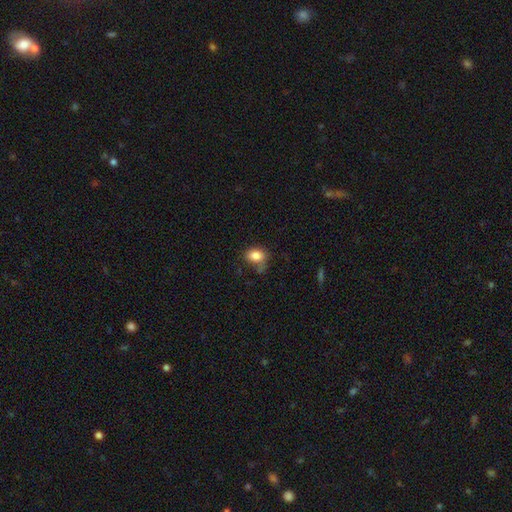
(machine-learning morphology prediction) Smooth or featured?
  - smooth: 84% *
  - star or artifact: 9%
  - featured or disk: 7%
How rounded?
  - in between: 68% *
  - round: 31%
  - cigar-shaped: 1%
Merging?
  - none: 54% *
  - minor disturbance: 28%
  - major disturbance: 12%
  - merger: 6%